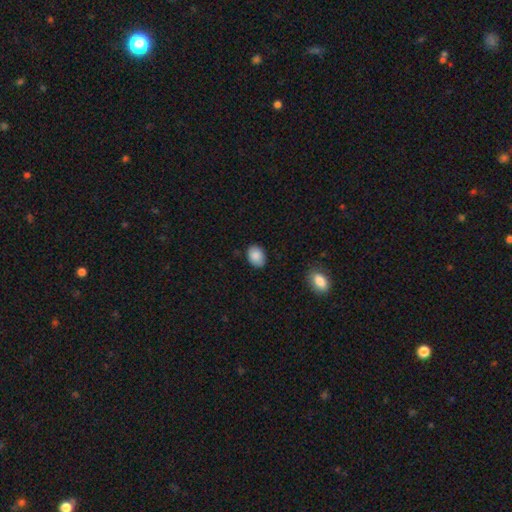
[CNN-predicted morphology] smooth 88%, star or artifact 8%, featured or disk 5%. Down the decision tree: how rounded — in between (75%); merging — none (84%).